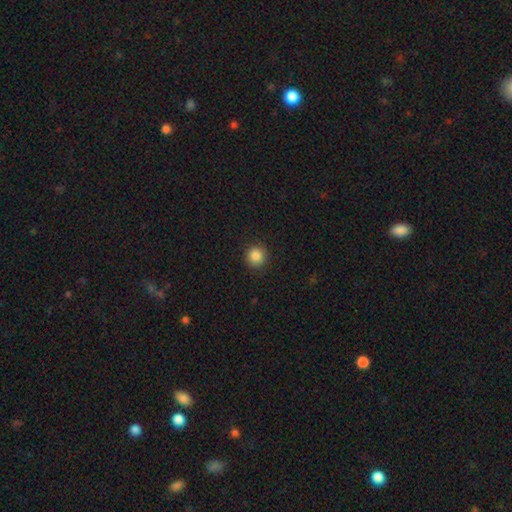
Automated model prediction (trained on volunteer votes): Morphology: type=smooth (87%); roundness=round (94%); merging=none (92%).